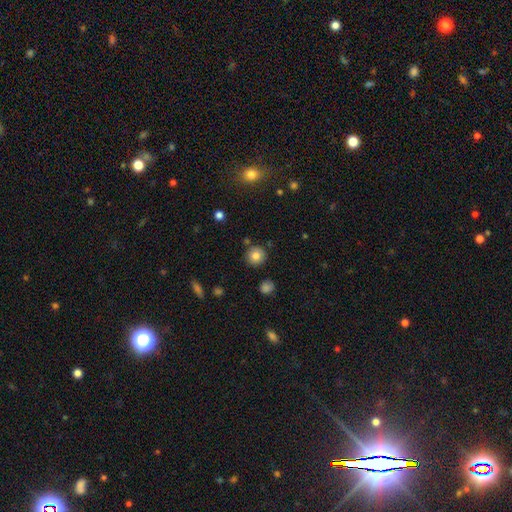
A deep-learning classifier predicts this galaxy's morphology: Smooth or featured? smooth (82%)
How rounded? round (92%)
Merging? none (85%)